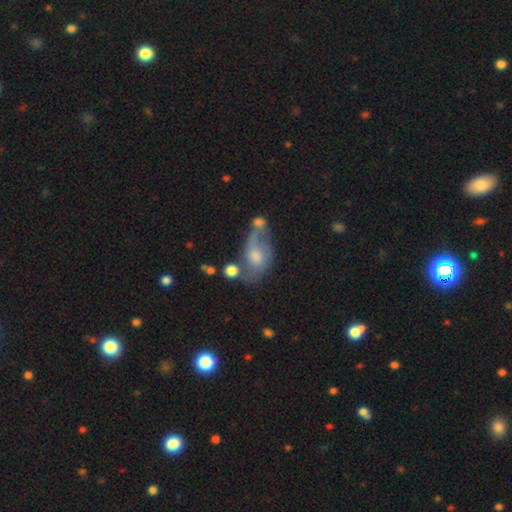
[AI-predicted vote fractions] Smooth or featured: featured or disk — 56% (smooth — 32%)
Edge-on disk: no — 93% (yes — 7%)
Bar: no — 63% (weak — 31%)
Spiral arms: yes — 71% (no — 29%)
Bulge size: moderate — 50% (small — 32%)
Merging: none — 34% (merger — 25%)